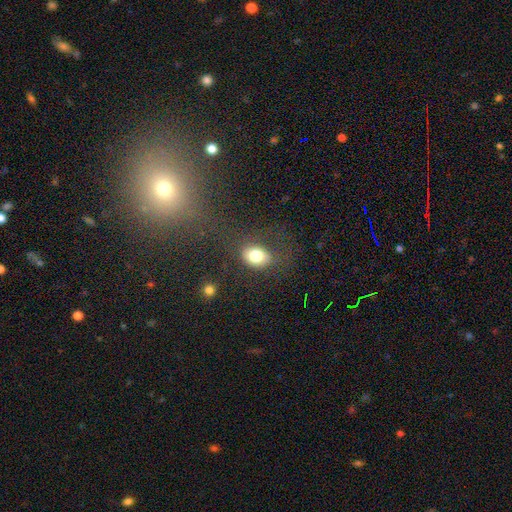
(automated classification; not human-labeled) smooth 80%, featured or disk 11%, star or artifact 9%. Down the decision tree: how rounded — in between (63%); merging — none (70%).